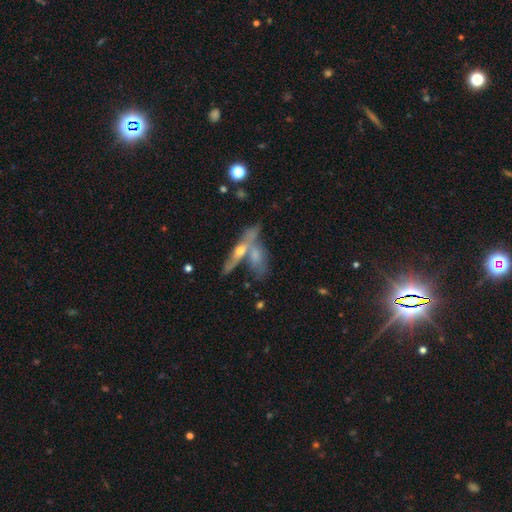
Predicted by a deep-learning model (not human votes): featured or disk 49%, smooth 43%, star or artifact 8%. Down the decision tree: merging — merger (49%).